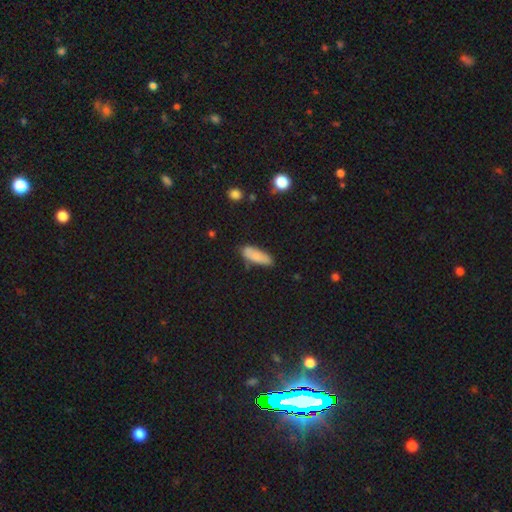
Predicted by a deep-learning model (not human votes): Smooth or featured: smooth — 84% (featured or disk — 10%)
How rounded: in between — 61% (cigar-shaped — 37%)
Merging: none — 75% (minor disturbance — 18%)